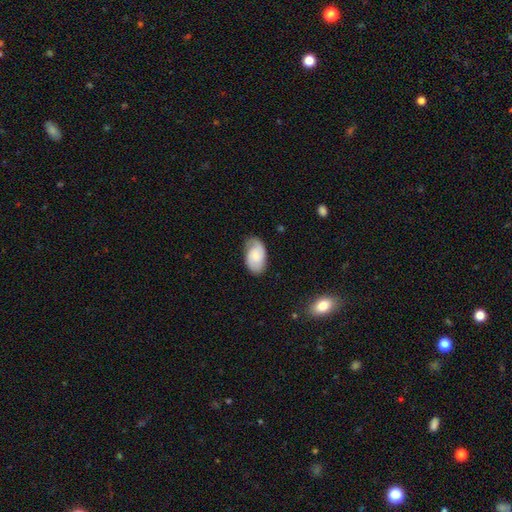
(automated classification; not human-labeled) Smooth or featured?
  - featured or disk: 47% *
  - smooth: 46%
  - star or artifact: 7%
Merging?
  - none: 70% *
  - minor disturbance: 22%
  - major disturbance: 6%
  - merger: 1%